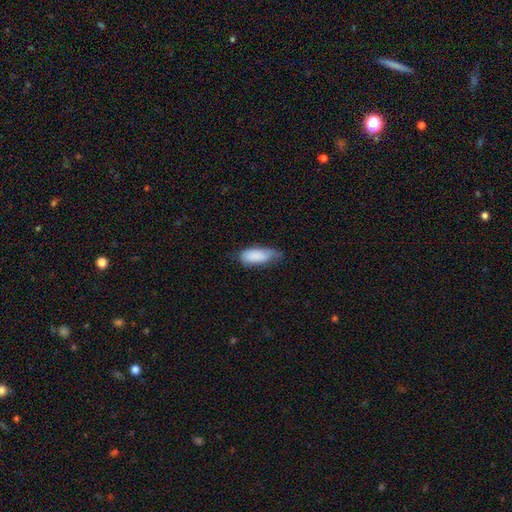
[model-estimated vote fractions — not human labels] This is clearly a smooth galaxy (85%). How rounded: clearly in between (81%). Merging: marginally minor disturbance (45%).